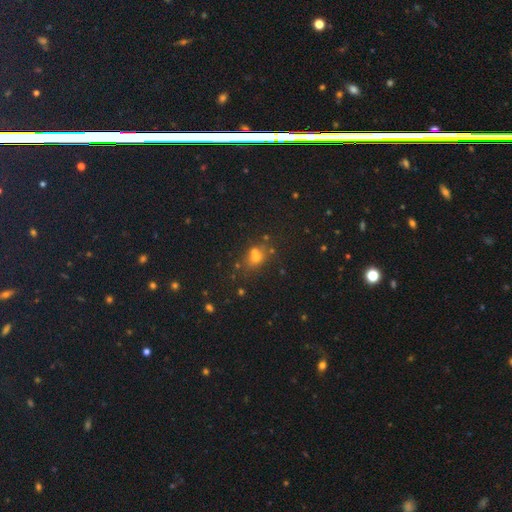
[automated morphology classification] Smooth or featured? smooth (57%)
How rounded? round (57%)
Merging? none (50%)